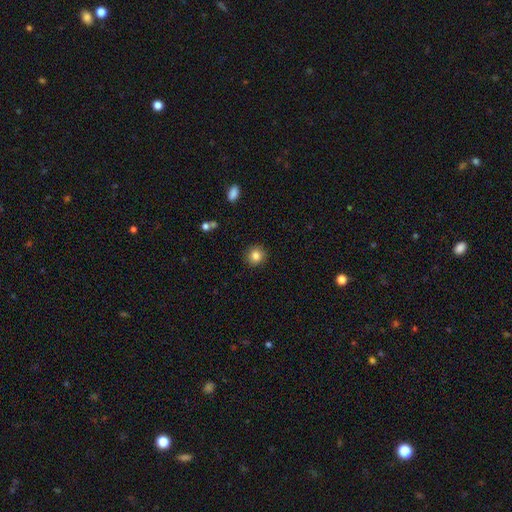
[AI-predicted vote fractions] A smooth galaxy with no disk features (83%) that is round (92%). Merging: none (91%).